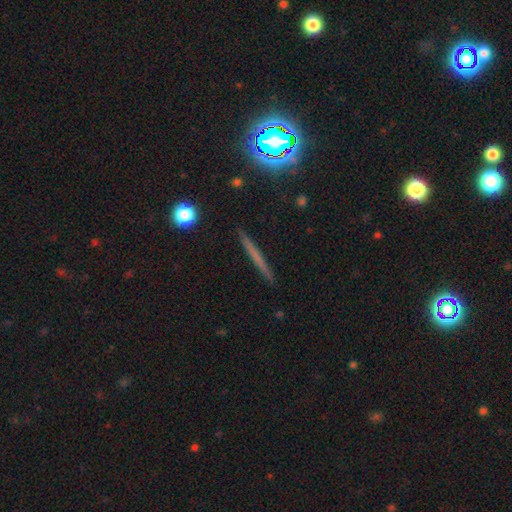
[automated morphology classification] A smooth galaxy with no disk features (44%). Merging: none (90%).